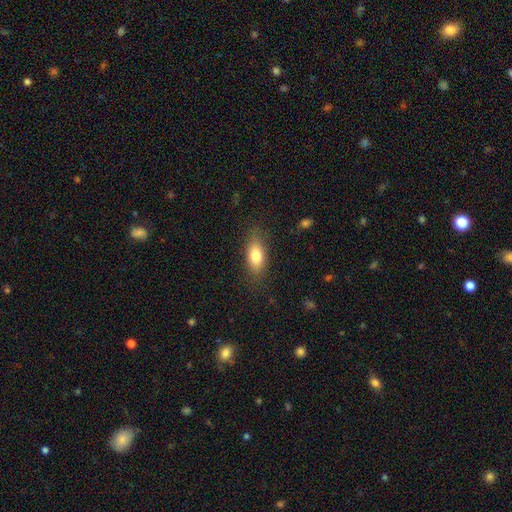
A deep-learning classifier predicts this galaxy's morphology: This is likely a smooth galaxy (78%). How rounded: clearly in between (82%). Merging: clearly none (82%).